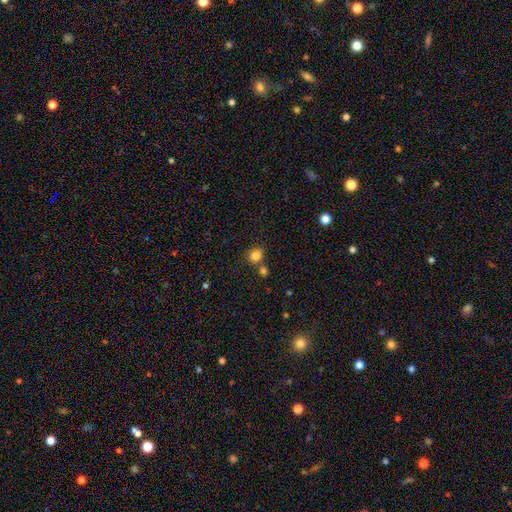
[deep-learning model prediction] This appears to be a smooth galaxy with no disk features (83%) that is round (78%). Merging: none (74%).